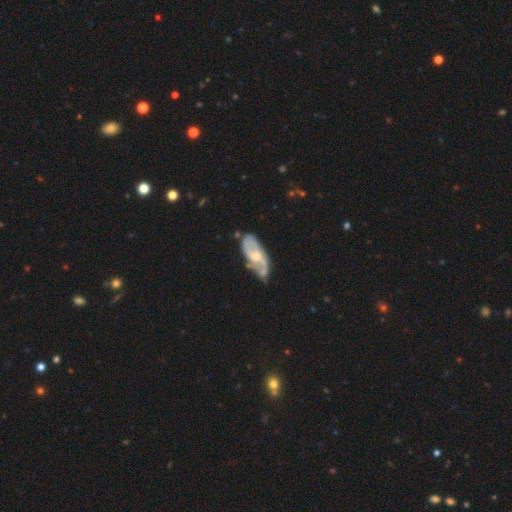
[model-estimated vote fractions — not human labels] smooth-or-featured: featured or disk: 76% | smooth: 19% | star or artifact: 5%
  disk-edge-on: no: 92% | yes: 8%
    bar: weak: 45% | no: 43% | strong: 12%
    has-spiral-arms: yes: 86% | no: 14%
      spiral-winding: loose: 41% | medium: 40% | tight: 19%
      spiral-arm-count: 2: 73% | can't tell: 16% | 1: 5% | 3: 4% | 4: 1% | more than 4: 1%
    bulge-size: small: 47% | moderate: 46% | none: 3% | large: 2% | dominant: 1%
  merging: none: 56% | minor disturbance: 28% | major disturbance: 10% | merger: 6%